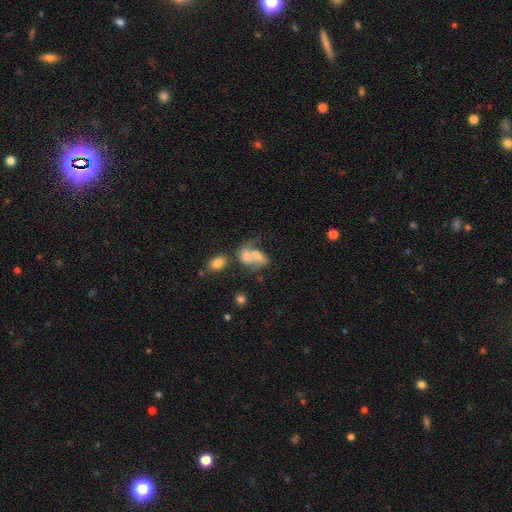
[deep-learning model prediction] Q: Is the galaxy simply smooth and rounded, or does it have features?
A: smooth — 57%.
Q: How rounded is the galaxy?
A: in between — 79%.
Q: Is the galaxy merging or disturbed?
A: merger — 59%.